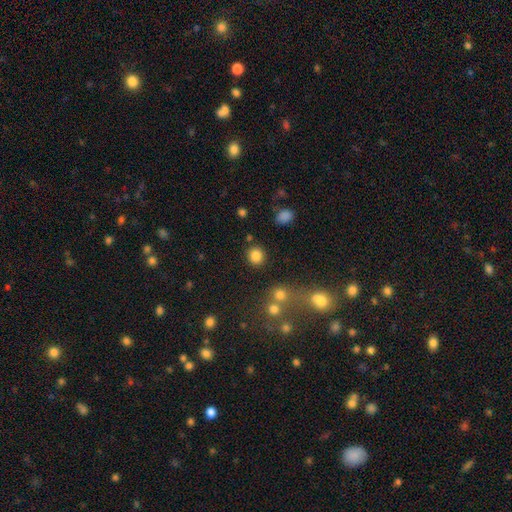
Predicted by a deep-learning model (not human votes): smooth_or_featured: smooth (p=0.84) [alt: star or artifact p=0.12]
how_rounded: round (p=0.88) [alt: in between p=0.11]
merging: none (p=0.86) [alt: minor disturbance p=0.07]